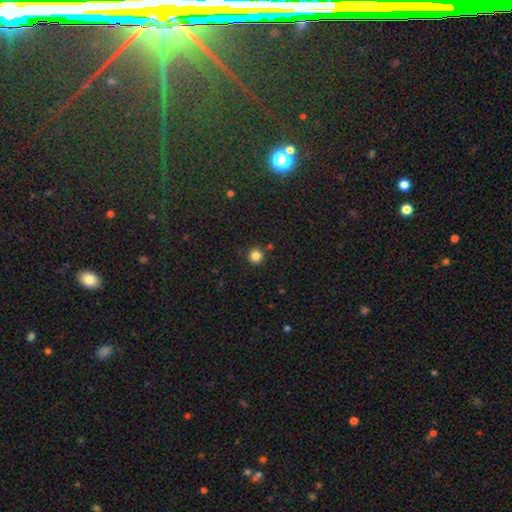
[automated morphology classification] Overall: smooth (84%). How rounded: round (95%). Merging: none (89%).